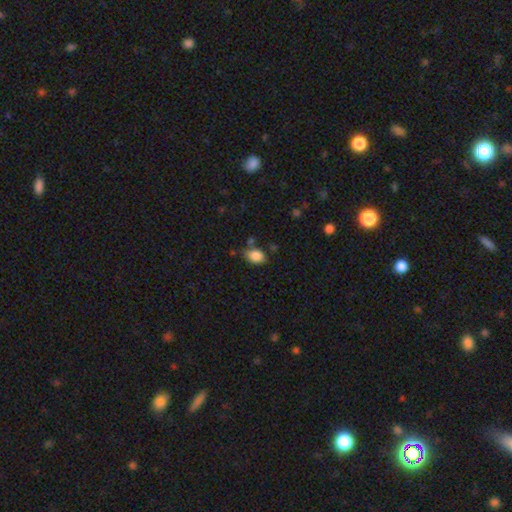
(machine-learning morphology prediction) Smooth or featured? Predicted: smooth (p=0.87). How rounded? Predicted: in between (p=0.82). Merging? Predicted: none (p=0.71).